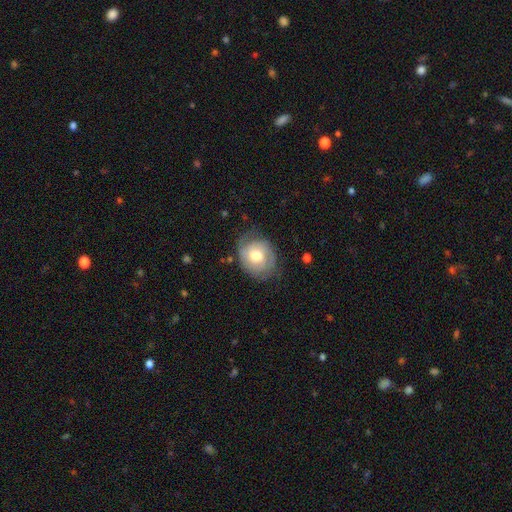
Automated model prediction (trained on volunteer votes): Smooth or featured: featured or disk — 60% (smooth — 33%)
Edge-on disk: no — 96% (yes — 4%)
Bar: no — 70% (weak — 26%)
Spiral arms: yes — 84% (no — 16%)
Bulge size: moderate — 69% (large — 18%)
Merging: none — 67% (minor disturbance — 23%)